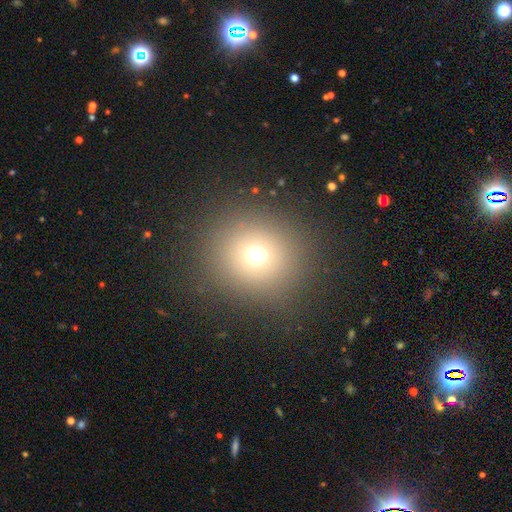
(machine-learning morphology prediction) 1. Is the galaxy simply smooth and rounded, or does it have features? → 65% smooth, 24% star or artifact, 11% featured or disk.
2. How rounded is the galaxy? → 89% round, 10% in between, 1% cigar-shaped.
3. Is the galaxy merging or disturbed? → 80% none, 8% merger, 7% minor disturbance, 5% major disturbance.